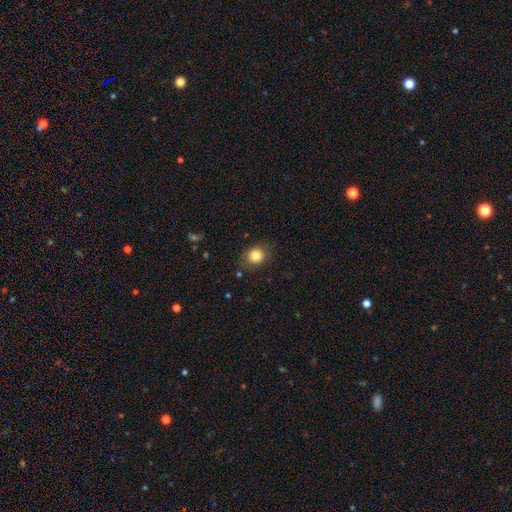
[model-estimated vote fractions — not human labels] Morphology: type=smooth (83%); roundness=round (75%); merging=none (82%).